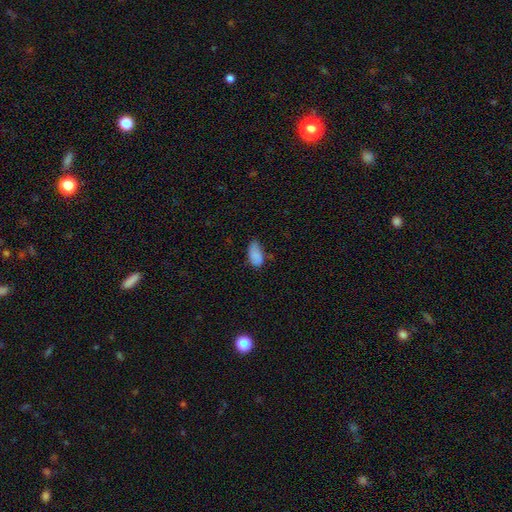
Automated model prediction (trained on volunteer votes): A smooth galaxy with no disk features (83%) that is in between round and cigar-shaped (93%). Merging: none (48%).